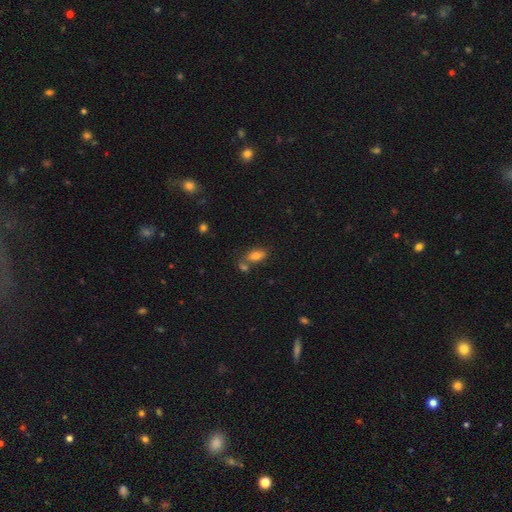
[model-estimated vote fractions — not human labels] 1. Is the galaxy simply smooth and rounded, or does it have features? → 78% smooth, 13% featured or disk, 10% star or artifact.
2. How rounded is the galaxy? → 87% in between, 8% cigar-shaped, 5% round.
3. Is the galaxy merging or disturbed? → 56% none, 26% merger, 14% minor disturbance, 5% major disturbance.